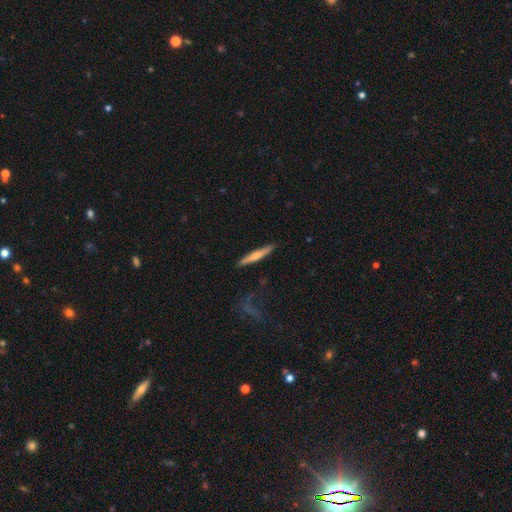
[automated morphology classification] smooth 59%, featured or disk 35%, star or artifact 6%. Down the decision tree: how rounded — cigar-shaped (94%); merging — none (87%).